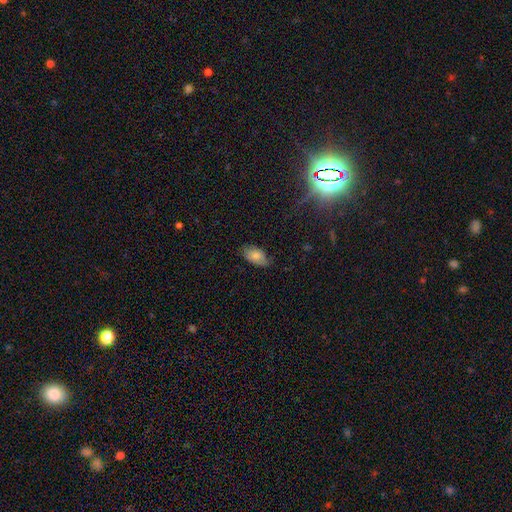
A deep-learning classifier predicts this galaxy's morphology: A smooth galaxy with no disk features (79%) that is in between round and cigar-shaped (93%). Merging: none (70%).